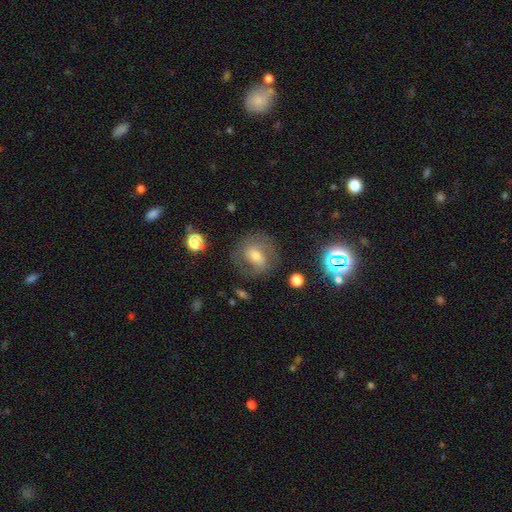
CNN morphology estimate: Smooth or featured: featured or disk — 59% (smooth — 29%)
Edge-on disk: no — 96% (yes — 4%)
Bar: weak — 44% (no — 34%)
Spiral arms: yes — 81% (no — 19%)
Bulge size: moderate — 54% (small — 33%)
Merging: none — 73% (minor disturbance — 15%)